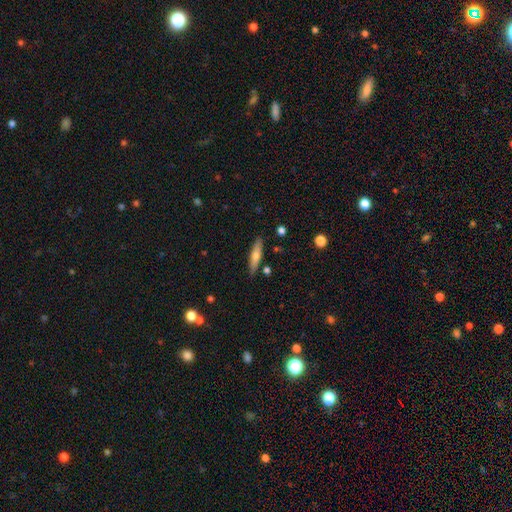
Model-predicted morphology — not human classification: A smooth galaxy with no disk features (61%) that is cigar-shaped (81%). Merging: none (85%).